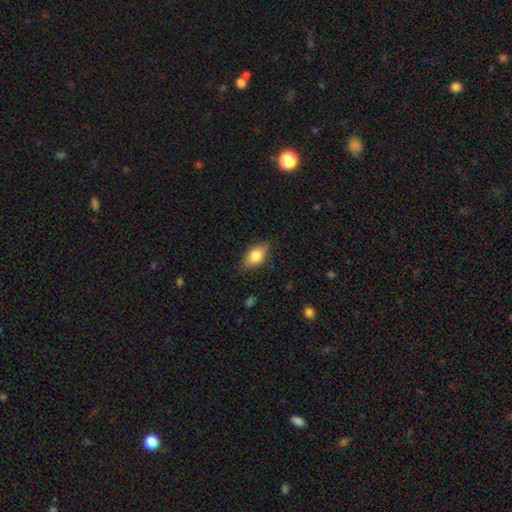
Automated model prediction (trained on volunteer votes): Morphology: type=smooth (75%); roundness=in between (85%); merging=none (80%).